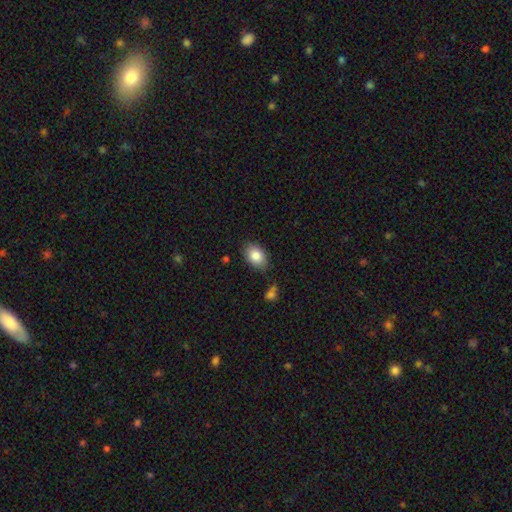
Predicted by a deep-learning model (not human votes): A smooth galaxy with no disk features (85%) that is in between round and cigar-shaped (84%). Merging: none (83%).